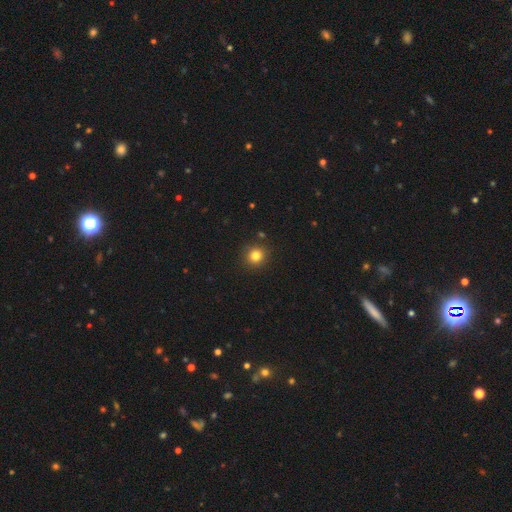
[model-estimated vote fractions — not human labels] A smooth galaxy with no disk features (81%) that is round (91%). Merging: none (90%).